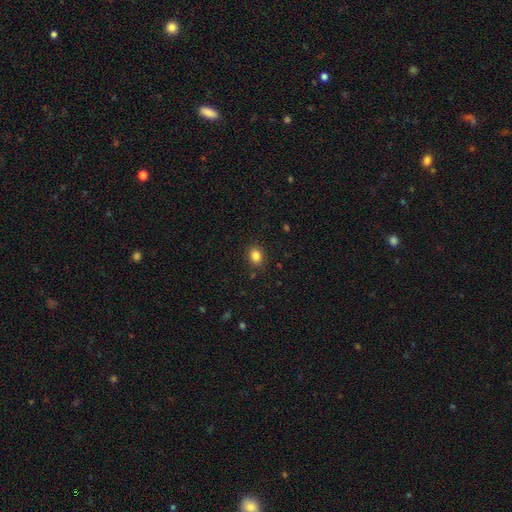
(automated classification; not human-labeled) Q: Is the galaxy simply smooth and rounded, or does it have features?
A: smooth — 84%.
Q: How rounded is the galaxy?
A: round — 56%.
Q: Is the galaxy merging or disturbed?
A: none — 88%.